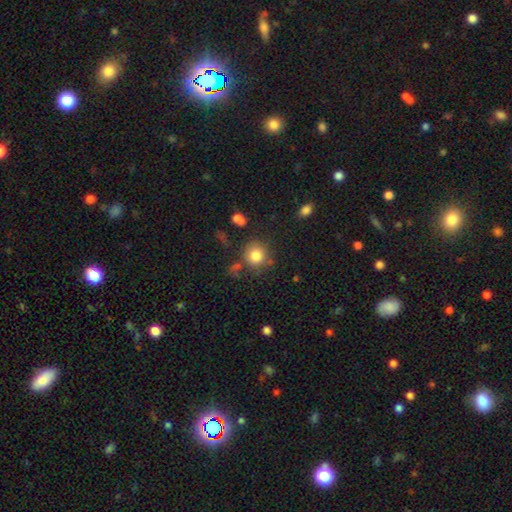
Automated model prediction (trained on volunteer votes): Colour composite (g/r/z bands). It shows a smooth galaxy with no disk features (82%) that is round (86%). Merging: none (75%).